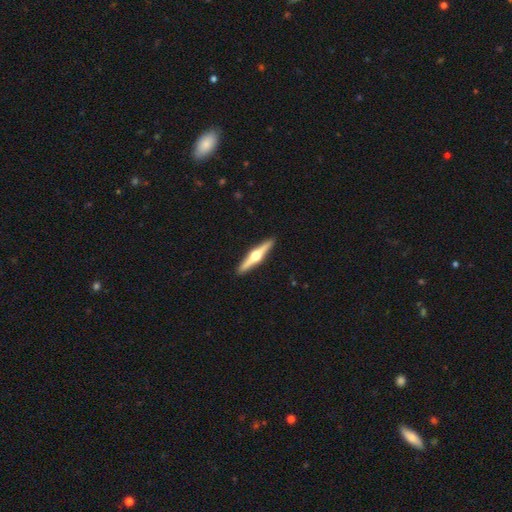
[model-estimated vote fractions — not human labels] Smooth or featured? Predicted: featured or disk (p=0.77). Edge-on disk? Predicted: yes (p=0.98). Edge-on bulge? Predicted: rounded (p=0.96). Merging? Predicted: none (p=0.93).